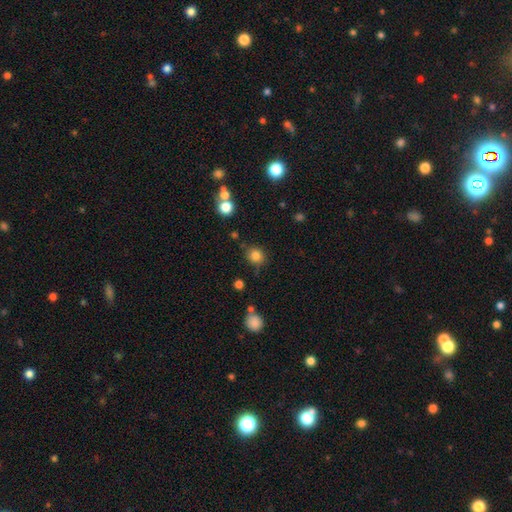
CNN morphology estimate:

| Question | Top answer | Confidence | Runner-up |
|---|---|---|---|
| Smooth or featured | smooth | 82% | star or artifact (12%) |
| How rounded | round | 84% | in between (15%) |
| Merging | none | 78% | minor disturbance (13%) |